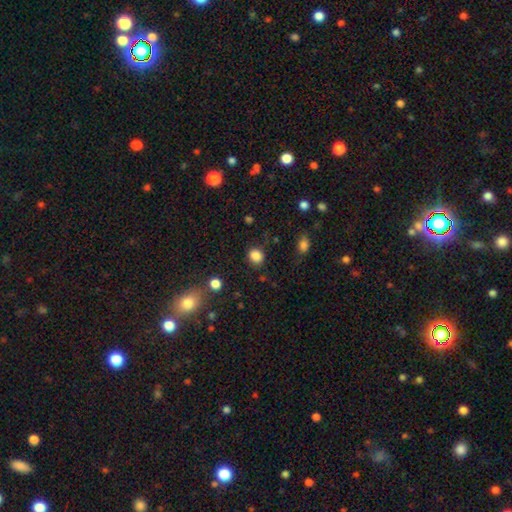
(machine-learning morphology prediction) This is clearly a smooth galaxy (85%). How rounded: likely round (70%). Merging: clearly none (85%).